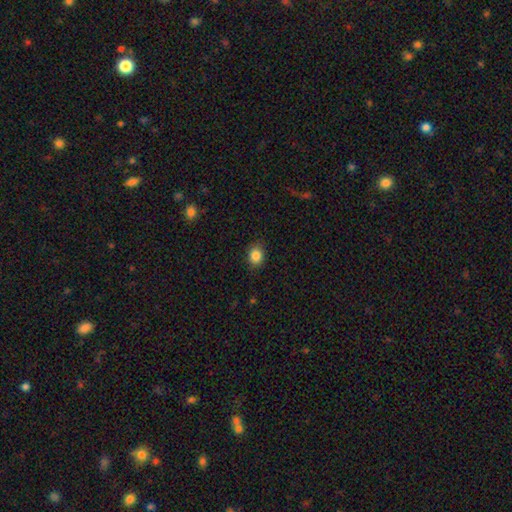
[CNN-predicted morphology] A smooth galaxy with no disk features (86%) that is round (62%).

Vote fractions:
- Smooth or featured? smooth: 86% / star or artifact: 10% / featured or disk: 4%
- How rounded? round: 62% / in between: 37% / cigar-shaped: 1%
- Merging? none: 86% / minor disturbance: 11% / major disturbance: 3% / merger: 1%